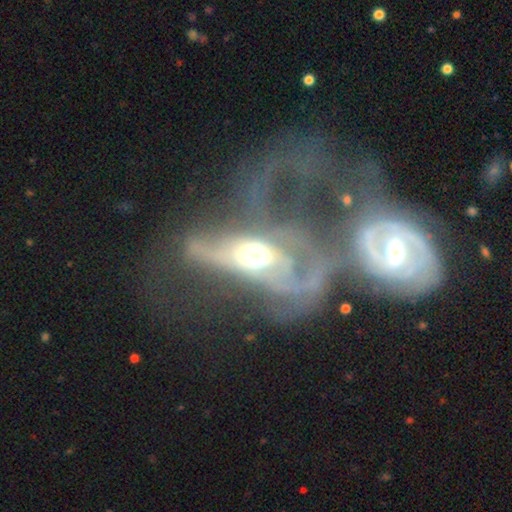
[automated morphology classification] type=featured or disk (68%); edge-on=no (82%); bar=no (70%); spiral arms=yes (51%); bulge=moderate (55%); merging=major disturbance (61%).